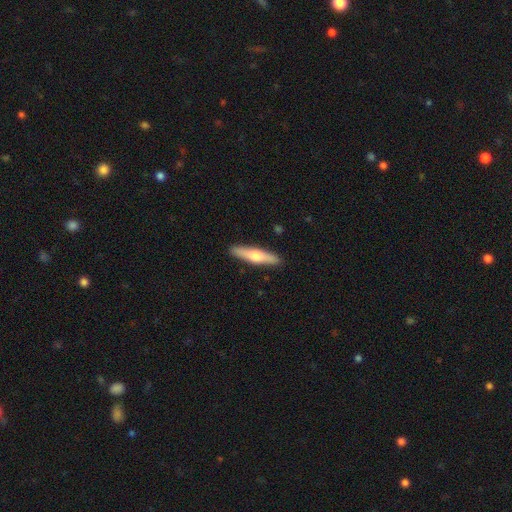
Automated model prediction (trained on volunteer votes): This appears to be a smooth galaxy with no disk features (53%) that is cigar-shaped (84%). Merging: none (91%).